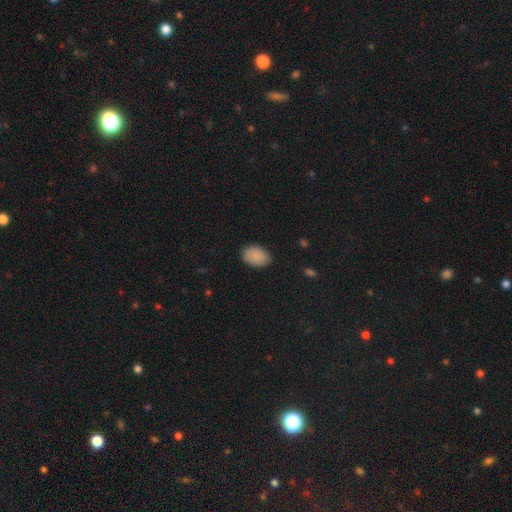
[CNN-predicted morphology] smooth_or_featured: smooth (p=0.89) [alt: star or artifact p=0.07]
how_rounded: in between (p=0.86) [alt: round p=0.13]
merging: none (p=0.86) [alt: minor disturbance p=0.11]